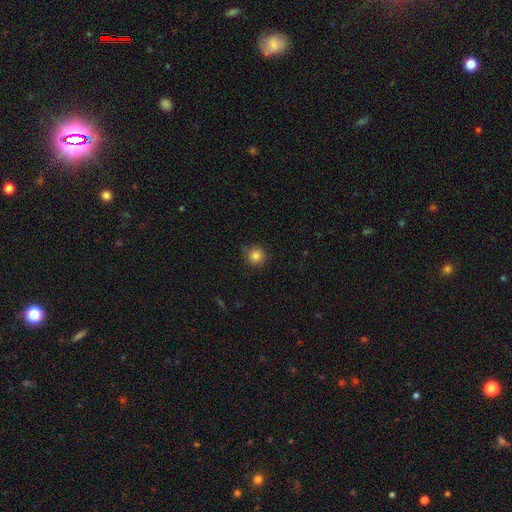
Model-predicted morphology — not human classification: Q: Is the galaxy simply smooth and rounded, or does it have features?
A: smooth — 84%.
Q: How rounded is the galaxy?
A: round — 94%.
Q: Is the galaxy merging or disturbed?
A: none — 84%.